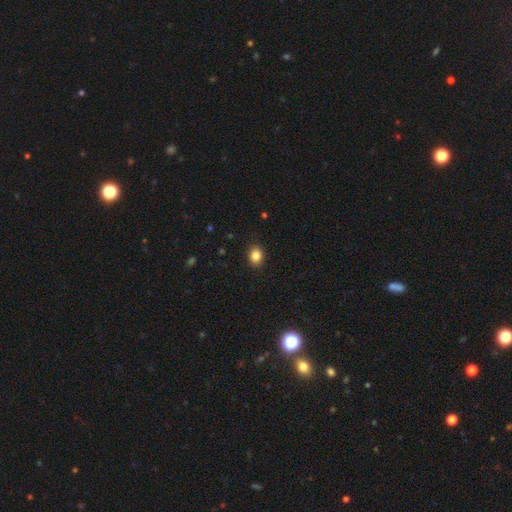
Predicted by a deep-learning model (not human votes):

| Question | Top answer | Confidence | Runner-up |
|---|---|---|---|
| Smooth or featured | smooth | 85% | star or artifact (10%) |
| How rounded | round | 56% | in between (43%) |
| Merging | none | 89% | minor disturbance (8%) |